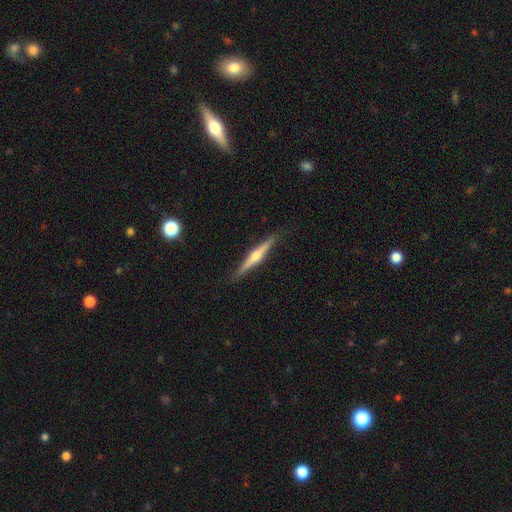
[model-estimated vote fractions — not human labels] A featured or disk galaxy (74%) viewed edge-on (98%) with a rounded central bulge (91%).

Vote fractions:
- Smooth or featured? featured or disk: 74% / smooth: 21% / star or artifact: 5%
- Edge-on disk? yes: 98% / no: 2%
- Edge-on bulge? rounded: 91% / none: 5% / boxy: 4%
- Merging? none: 90% / minor disturbance: 7% / major disturbance: 1% / merger: 1%